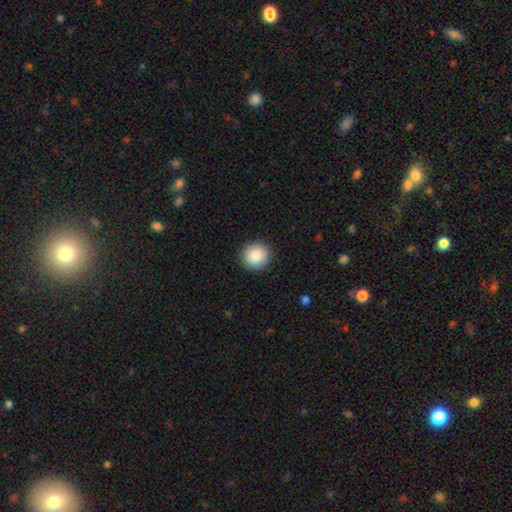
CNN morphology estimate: type=smooth (88%); roundness=round (91%); merging=none (92%).